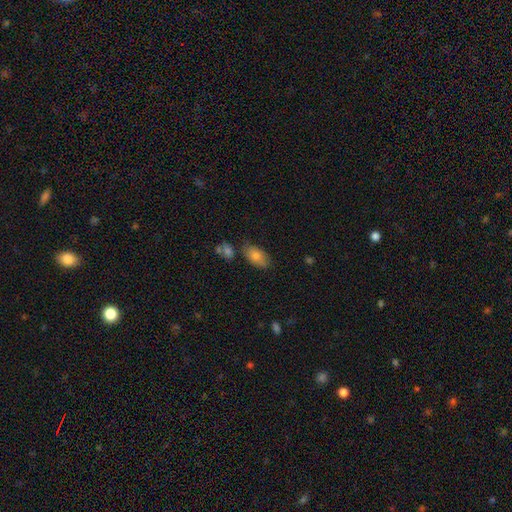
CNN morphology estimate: smooth-or-featured: smooth: 79% | featured or disk: 13% | star or artifact: 8%
  how-rounded: in between: 92% | round: 5% | cigar-shaped: 3%
  merging: none: 69% | minor disturbance: 19% | merger: 8% | major disturbance: 4%